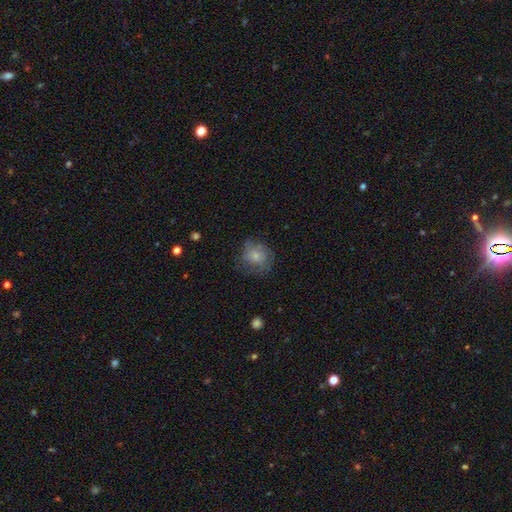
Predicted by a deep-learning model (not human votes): smooth 70%, featured or disk 22%, star or artifact 9%. Down the decision tree: how rounded — round (82%); merging — none (64%).